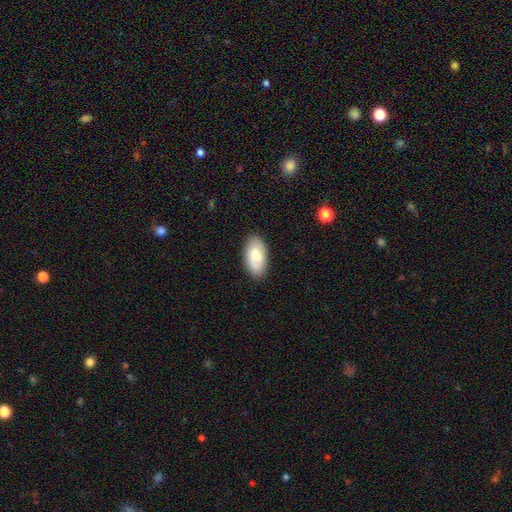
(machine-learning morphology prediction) smooth 66%, featured or disk 27%, star or artifact 6%. Down the decision tree: how rounded — in between (94%); merging — none (83%).